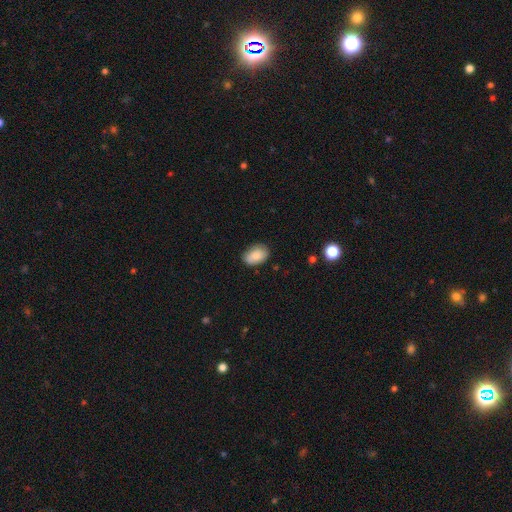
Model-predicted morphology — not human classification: This is clearly a smooth galaxy (85%). How rounded: clearly in between (87%). Merging: likely none (76%).